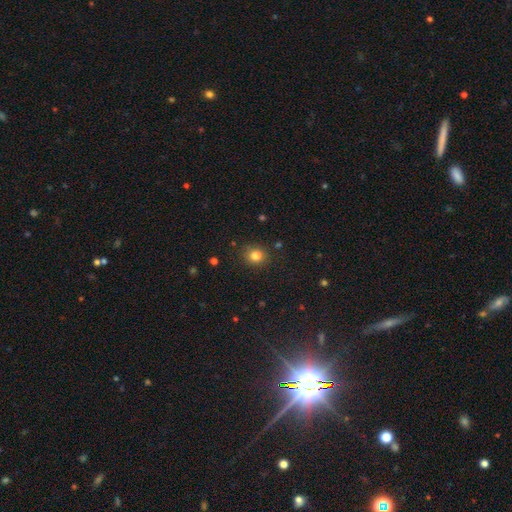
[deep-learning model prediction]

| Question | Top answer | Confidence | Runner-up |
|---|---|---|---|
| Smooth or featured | smooth | 82% | star or artifact (13%) |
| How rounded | round | 70% | in between (29%) |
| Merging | none | 84% | minor disturbance (11%) |